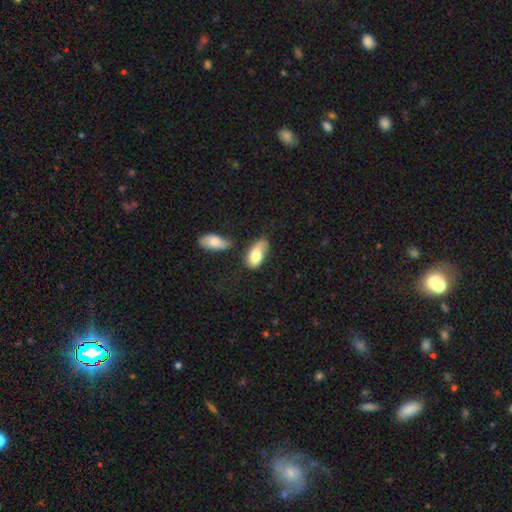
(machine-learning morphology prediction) This appears to be a smooth galaxy with no disk features (77%) that is in between round and cigar-shaped (92%). Merging: none (39%).